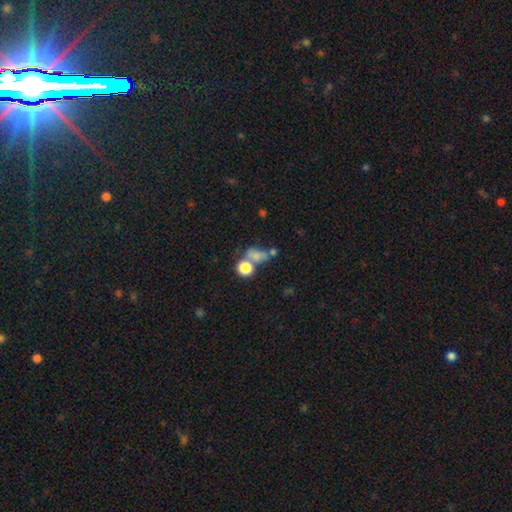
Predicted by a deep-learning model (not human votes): This appears to be a smooth galaxy with no disk features (65%) that is round (51%). Merging: merger (43%).